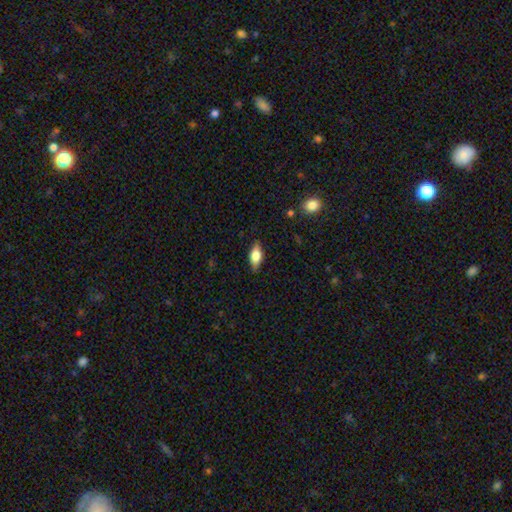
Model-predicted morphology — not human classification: This is likely a smooth galaxy (65%). How rounded: clearly in between (82%). Merging: clearly none (84%).